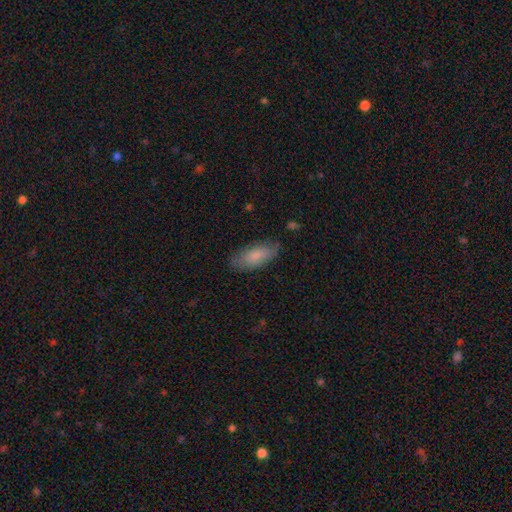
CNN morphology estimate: smooth_or_featured: smooth (p=0.80) [alt: featured or disk p=0.14]
how_rounded: in between (p=0.85) [alt: cigar-shaped p=0.14]
merging: none (p=0.75) [alt: minor disturbance p=0.19]